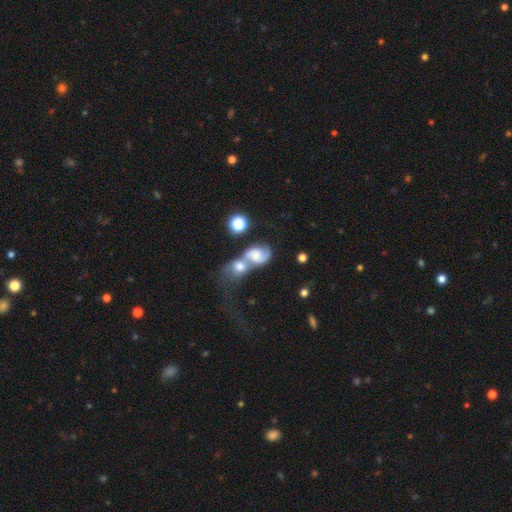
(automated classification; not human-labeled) Smooth or featured? featured or disk (59%)
Edge-on disk? no (97%)
Bar? no (61%)
Spiral arms? yes (86%)
Bulge size? moderate (42%)
Merging? merger (68%)